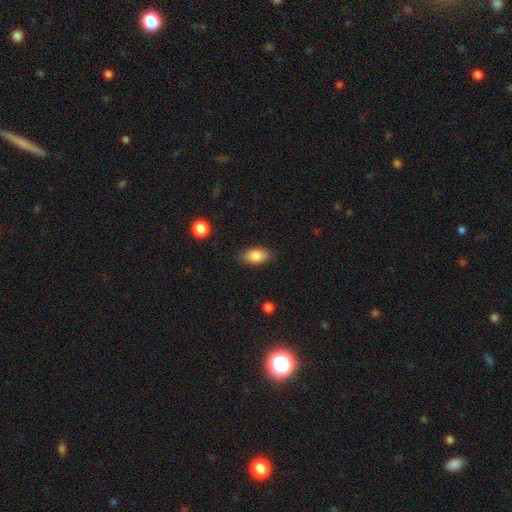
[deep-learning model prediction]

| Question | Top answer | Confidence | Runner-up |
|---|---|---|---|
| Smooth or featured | smooth | 86% | star or artifact (7%) |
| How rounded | in between | 91% | round (6%) |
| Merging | none | 84% | minor disturbance (12%) |